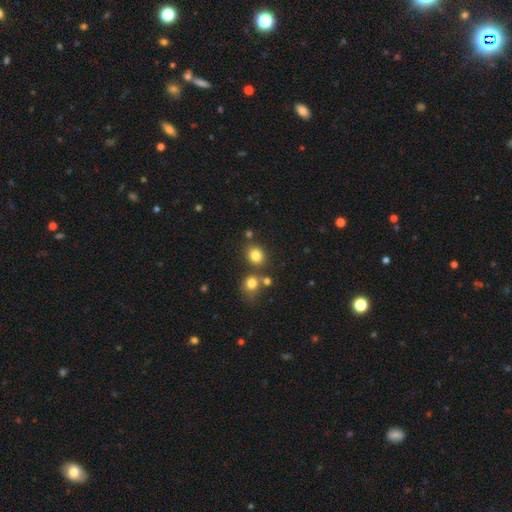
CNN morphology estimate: smooth 80%, star or artifact 13%, featured or disk 7%. Down the decision tree: how rounded — round (70%); merging — none (71%).